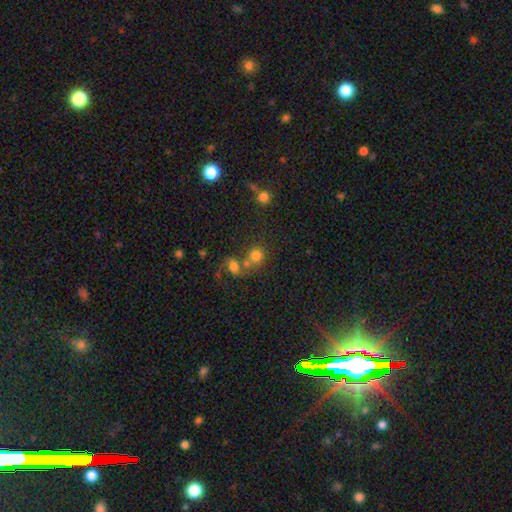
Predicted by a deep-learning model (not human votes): smooth 76%, star or artifact 14%, featured or disk 10%. Down the decision tree: how rounded — round (81%); merging — none (46%).